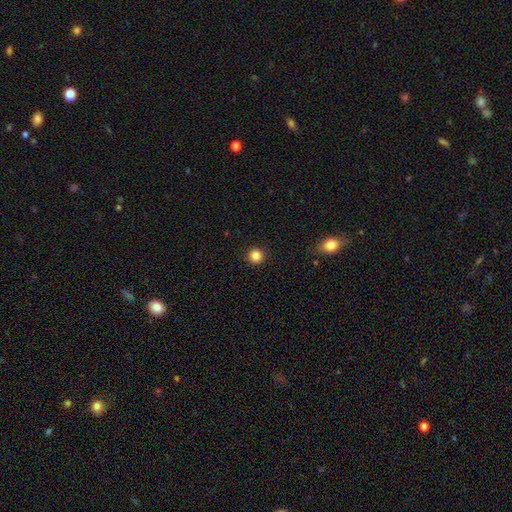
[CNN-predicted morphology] smooth-or-featured: smooth: 84% | star or artifact: 12% | featured or disk: 4%
  how-rounded: round: 94% | in between: 5% | cigar-shaped: 1%
  merging: none: 92% | minor disturbance: 5% | major disturbance: 2% | merger: 1%